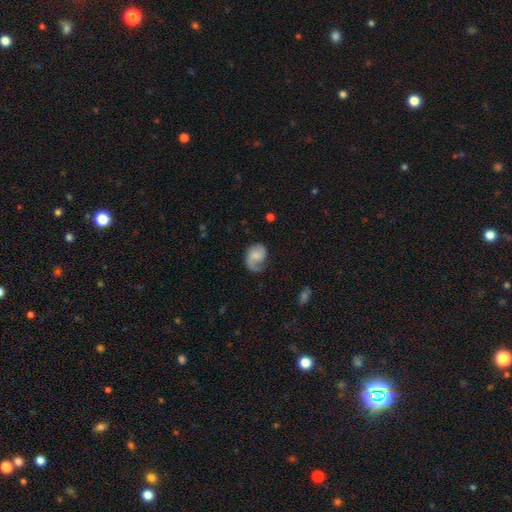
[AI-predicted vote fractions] Q: Smooth or featured?
A: featured or disk (61%); runner-up: smooth (32%)
Q: Edge-on disk?
A: no (98%); runner-up: yes (2%)
Q: Bar?
A: no (57%); runner-up: weak (37%)
Q: Spiral arms?
A: yes (91%); runner-up: no (9%)
Q: Spiral winding?
A: loose (41%); runner-up: medium (39%)
Q: Spiral arm count?
A: 1 (47%); runner-up: 2 (45%)
Q: Bulge size?
A: small (34%); runner-up: moderate (29%)
Q: Merging?
A: none (49%); runner-up: minor disturbance (28%)